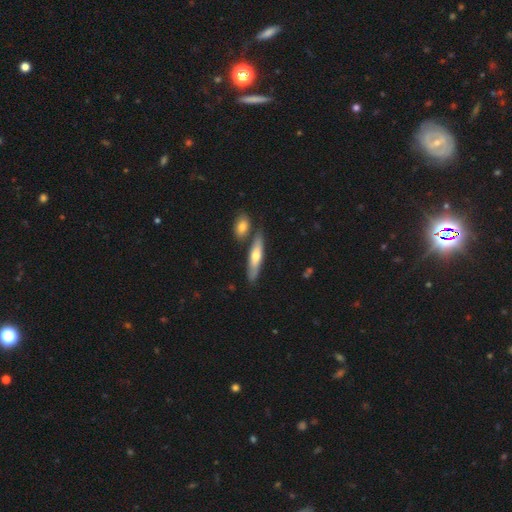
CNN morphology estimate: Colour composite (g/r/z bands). It shows a smooth galaxy with no disk features (53%) that is cigar-shaped (77%). Merging: none (74%).